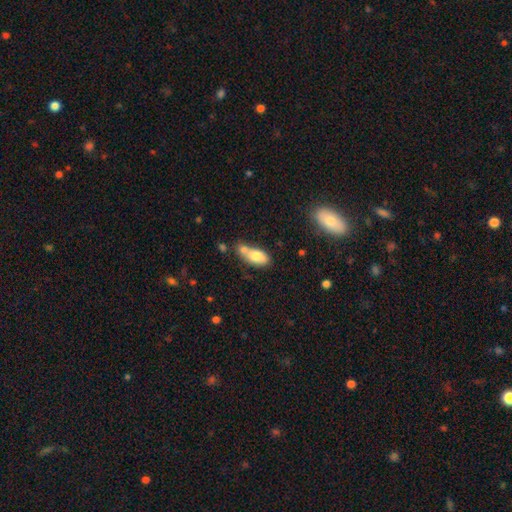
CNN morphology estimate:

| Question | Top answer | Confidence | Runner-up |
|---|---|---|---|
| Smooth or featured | smooth | 77% | featured or disk (16%) |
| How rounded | in between | 86% | cigar-shaped (9%) |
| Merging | merger | 45% | none (35%) |